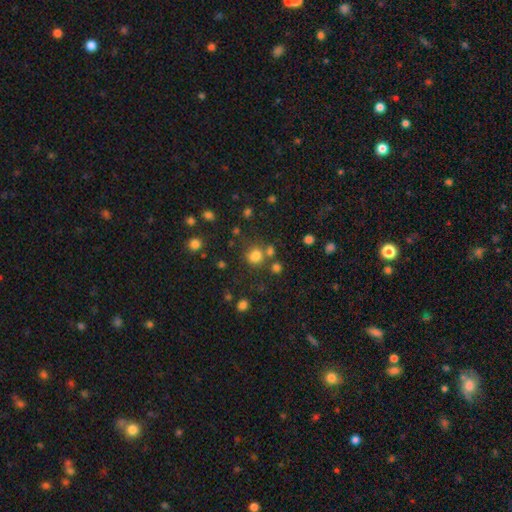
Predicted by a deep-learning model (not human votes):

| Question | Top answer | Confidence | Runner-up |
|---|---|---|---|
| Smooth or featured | smooth | 76% | star or artifact (17%) |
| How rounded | round | 77% | in between (22%) |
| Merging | none | 66% | merger (17%) |